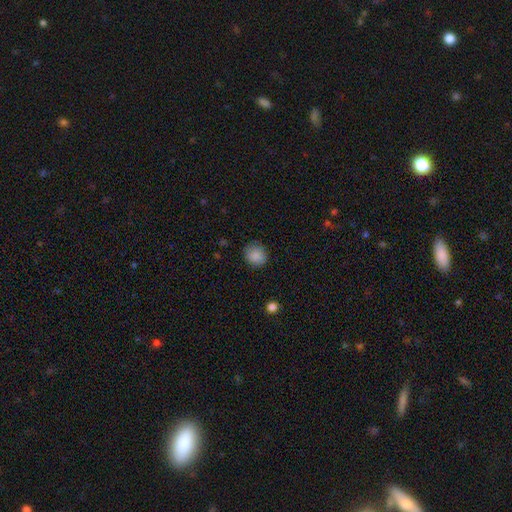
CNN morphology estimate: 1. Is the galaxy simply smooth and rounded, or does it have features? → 87% smooth, 8% star or artifact, 5% featured or disk.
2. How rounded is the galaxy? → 83% round, 17% in between, 1% cigar-shaped.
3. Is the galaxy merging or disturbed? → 85% none, 12% minor disturbance, 3% major disturbance, 1% merger.